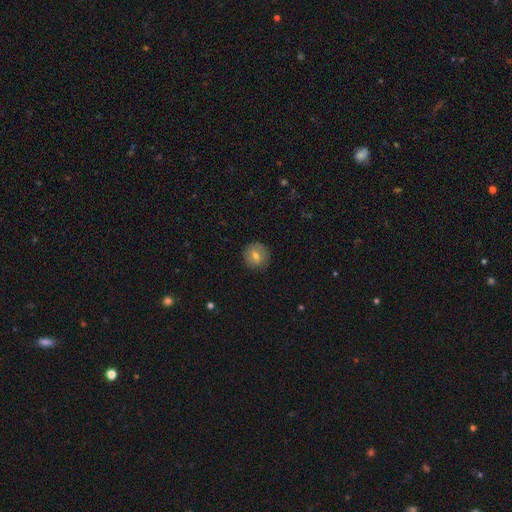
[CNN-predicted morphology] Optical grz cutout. It shows a smooth galaxy with no disk features (67%) that is round (91%). Merging: none (89%).